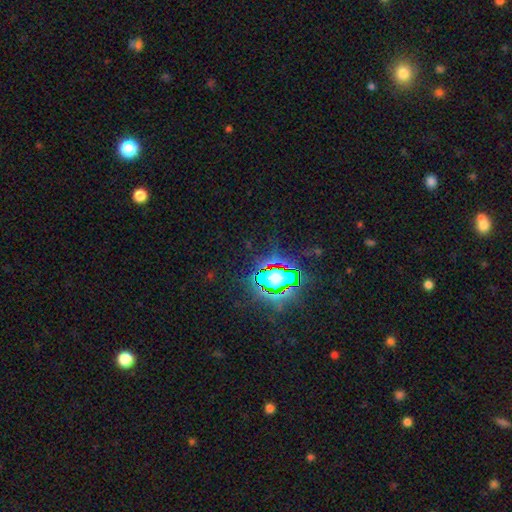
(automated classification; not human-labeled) This appears to be a star or artifact, not a galaxy (82%).